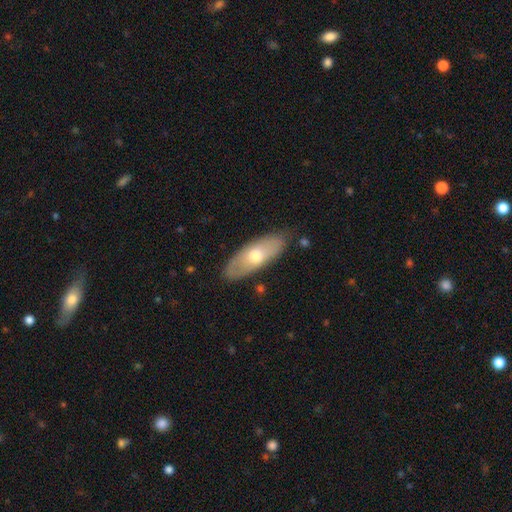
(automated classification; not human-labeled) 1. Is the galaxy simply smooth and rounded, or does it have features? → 56% smooth, 38% featured or disk, 6% star or artifact.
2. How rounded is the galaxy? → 76% in between, 22% cigar-shaped, 2% round.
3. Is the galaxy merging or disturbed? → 82% none, 14% minor disturbance, 3% major disturbance, 2% merger.